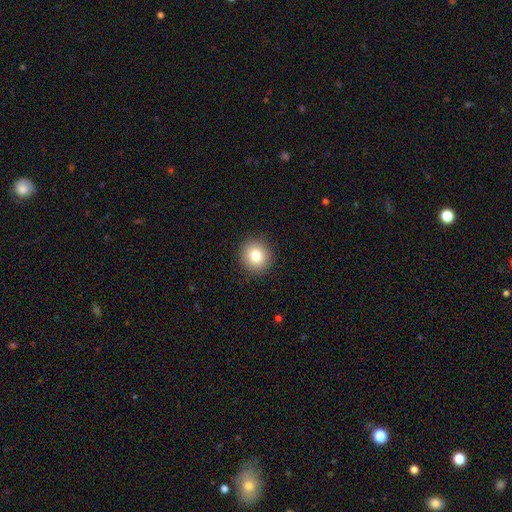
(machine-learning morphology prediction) Smooth or featured? Predicted: smooth (p=0.80). How rounded? Predicted: round (p=0.89). Merging? Predicted: none (p=0.92).